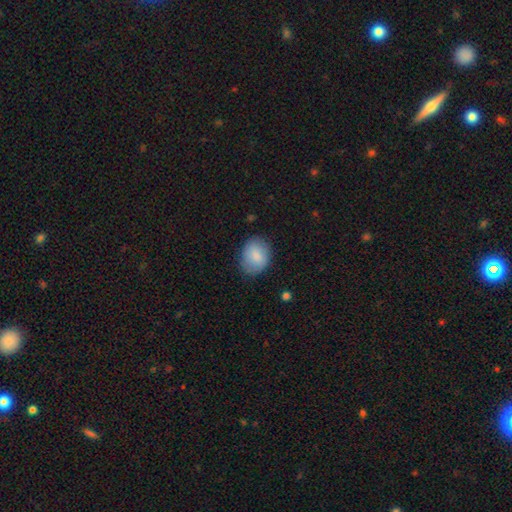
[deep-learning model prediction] smooth-or-featured: smooth: 84% | featured or disk: 9% | star or artifact: 6%
  how-rounded: in between: 65% | round: 34% | cigar-shaped: 1%
  merging: none: 76% | minor disturbance: 18% | major disturbance: 4% | merger: 1%